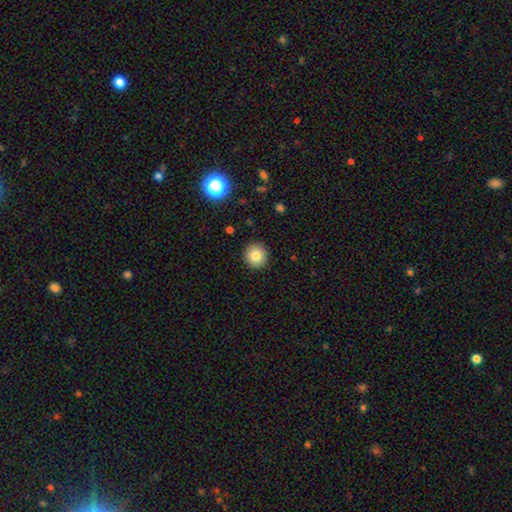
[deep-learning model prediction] Q: Smooth or featured?
A: smooth (80%); runner-up: star or artifact (10%)
Q: How rounded?
A: round (92%); runner-up: in between (7%)
Q: Merging?
A: none (91%); runner-up: minor disturbance (6%)